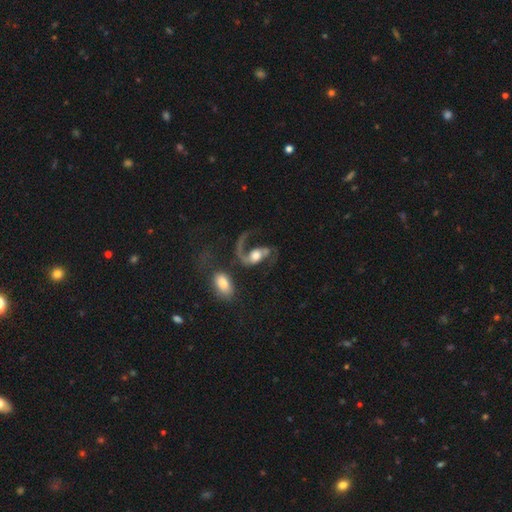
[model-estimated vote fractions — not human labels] Morphology: type=featured or disk (80%); edge-on=no (97%); bar=no (54%); spiral arms=yes (91%); winding=loose (65%); arm count=2 (53%); bulge=moderate (55%); merging=major disturbance (38%).